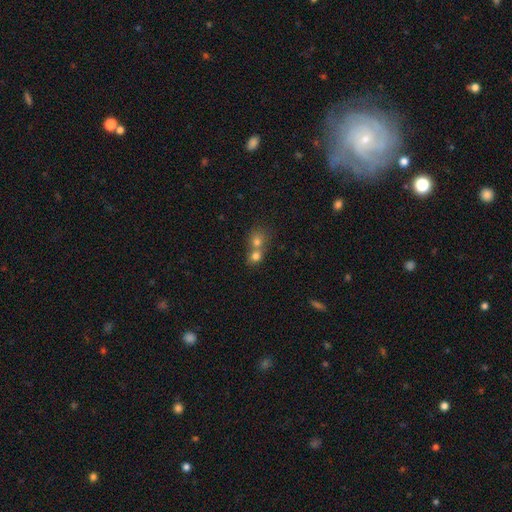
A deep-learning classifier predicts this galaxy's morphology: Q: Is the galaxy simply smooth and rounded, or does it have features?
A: smooth — 75%.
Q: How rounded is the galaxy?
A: round — 74%.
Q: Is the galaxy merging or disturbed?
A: merger — 67%.